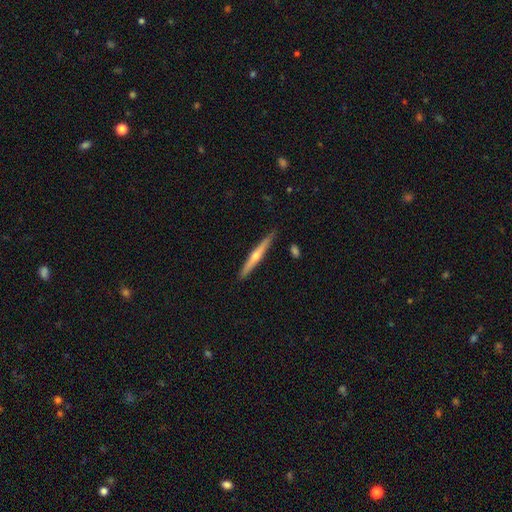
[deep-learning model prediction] smooth-or-featured: featured or disk: 63% | smooth: 31% | star or artifact: 5%
  disk-edge-on: yes: 97% | no: 3%
    edge-on-bulge: rounded: 83% | none: 15% | boxy: 3%
  merging: none: 89% | minor disturbance: 8% | merger: 2% | major disturbance: 1%